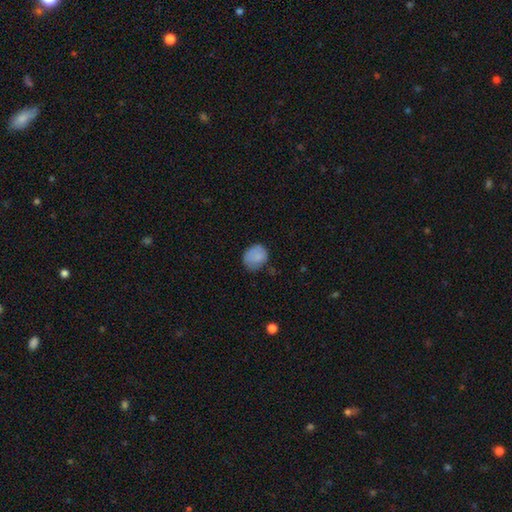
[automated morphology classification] smooth_or_featured: smooth (p=0.82) [alt: featured or disk p=0.09]
how_rounded: round (p=0.64) [alt: in between p=0.35]
merging: none (p=0.60) [alt: minor disturbance p=0.30]